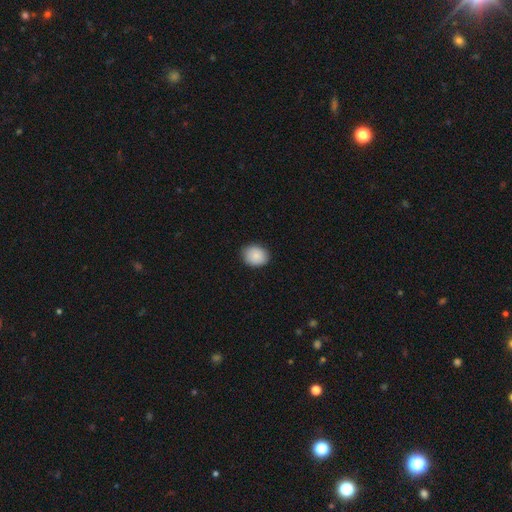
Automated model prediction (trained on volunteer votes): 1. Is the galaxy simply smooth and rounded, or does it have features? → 89% smooth, 7% star or artifact, 4% featured or disk.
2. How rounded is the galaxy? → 55% round, 44% in between, 1% cigar-shaped.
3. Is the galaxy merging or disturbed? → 86% none, 11% minor disturbance, 2% major disturbance, 1% merger.